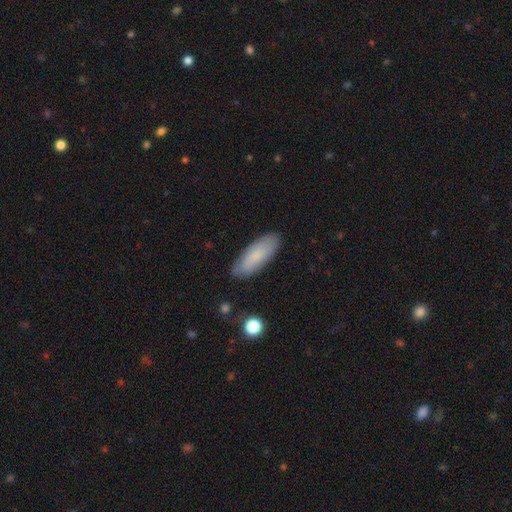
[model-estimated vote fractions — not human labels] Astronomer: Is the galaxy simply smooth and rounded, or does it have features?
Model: smooth — 79%.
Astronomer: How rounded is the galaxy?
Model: in between — 70%.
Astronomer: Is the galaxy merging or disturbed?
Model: none — 84%.